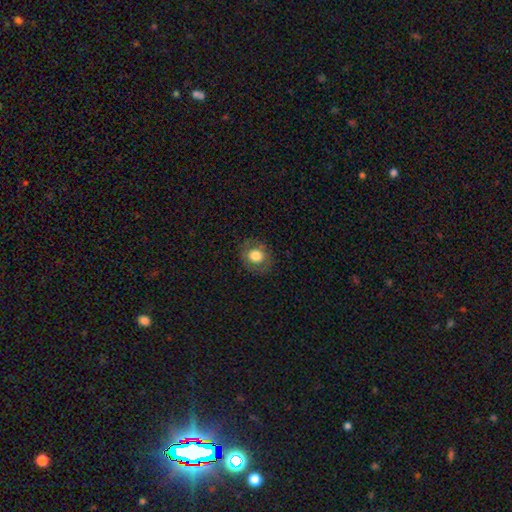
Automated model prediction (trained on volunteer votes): smooth 73%, featured or disk 18%, star or artifact 9%. Down the decision tree: how rounded — round (73%); merging — none (84%).